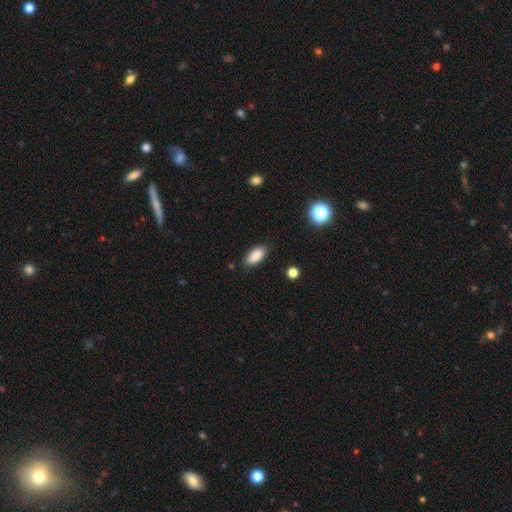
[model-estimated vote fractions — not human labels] smooth 88%, star or artifact 7%, featured or disk 5%. Down the decision tree: how rounded — in between (90%); merging — none (86%).